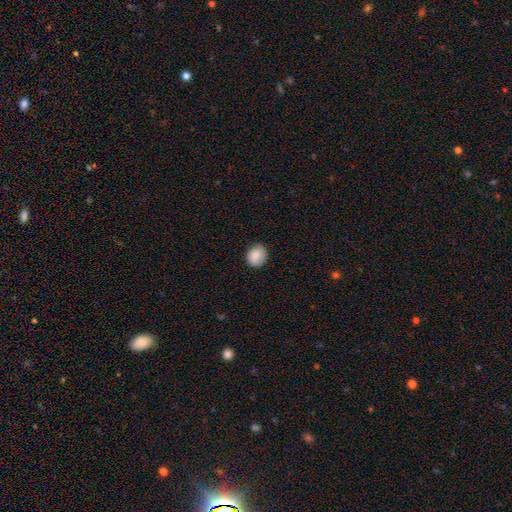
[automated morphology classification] Smooth or featured? smooth (88%)
How rounded? round (67%)
Merging? none (83%)